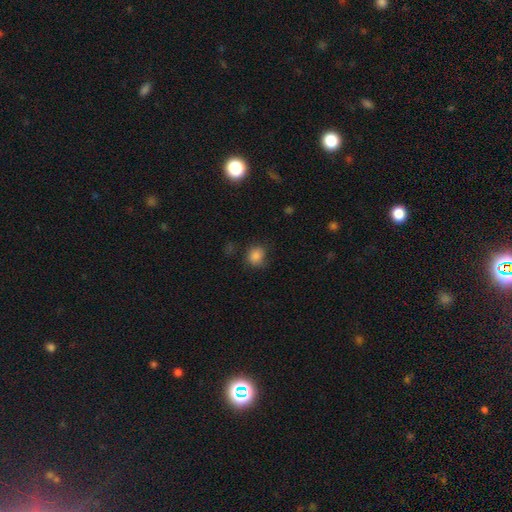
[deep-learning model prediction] Overall: smooth (83%). How rounded: round (74%). Merging: none (69%).